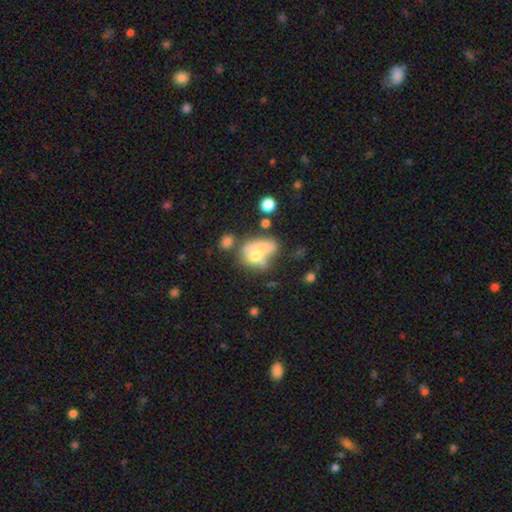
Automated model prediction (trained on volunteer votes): Morphology: type=smooth (59%); roundness=in between (65%); merging=merger (38%).